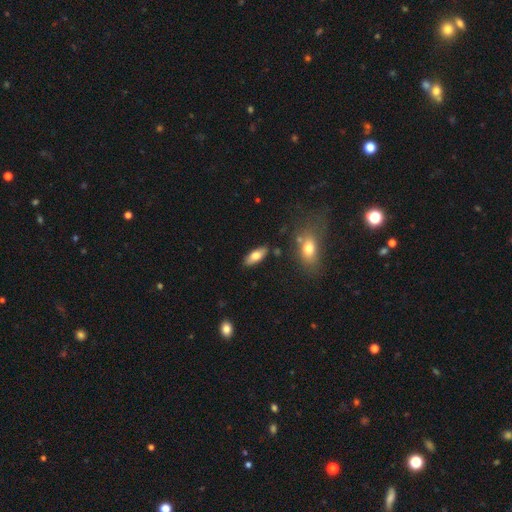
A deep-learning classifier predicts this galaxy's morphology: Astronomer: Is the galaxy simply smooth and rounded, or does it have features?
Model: smooth — 72%.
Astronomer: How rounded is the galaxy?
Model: in between — 78%.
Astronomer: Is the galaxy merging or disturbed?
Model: none — 85%.